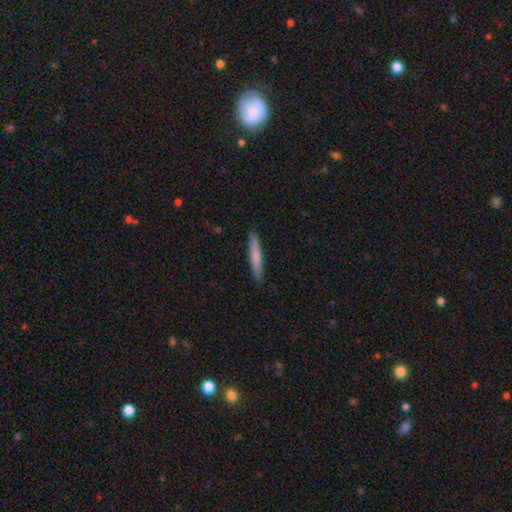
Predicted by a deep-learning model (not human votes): Smooth or featured?
  - smooth: 71% *
  - featured or disk: 23%
  - star or artifact: 5%
How rounded?
  - cigar-shaped: 95% *
  - in between: 4%
  - round: 1%
Merging?
  - none: 91% *
  - minor disturbance: 7%
  - major disturbance: 1%
  - merger: 1%